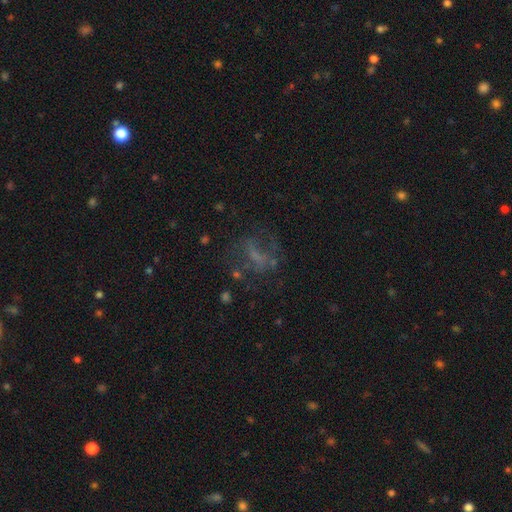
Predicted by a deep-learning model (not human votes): Q: Smooth or featured?
A: featured or disk (42%); runner-up: smooth (31%)
Q: Merging?
A: none (49%); runner-up: major disturbance (29%)